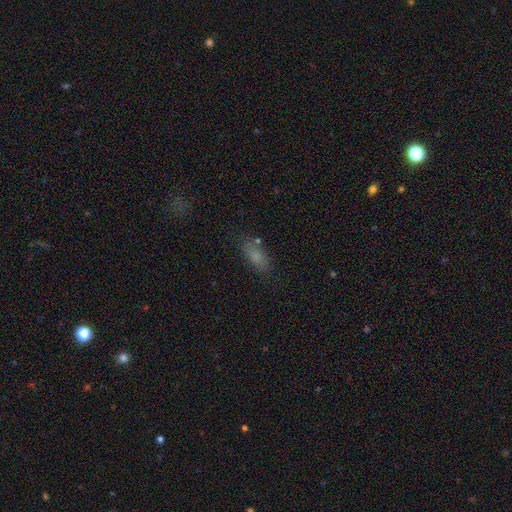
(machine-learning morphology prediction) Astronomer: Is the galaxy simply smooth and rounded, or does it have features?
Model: smooth — 76%.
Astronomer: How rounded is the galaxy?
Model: in between — 78%.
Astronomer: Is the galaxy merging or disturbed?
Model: none — 74%.